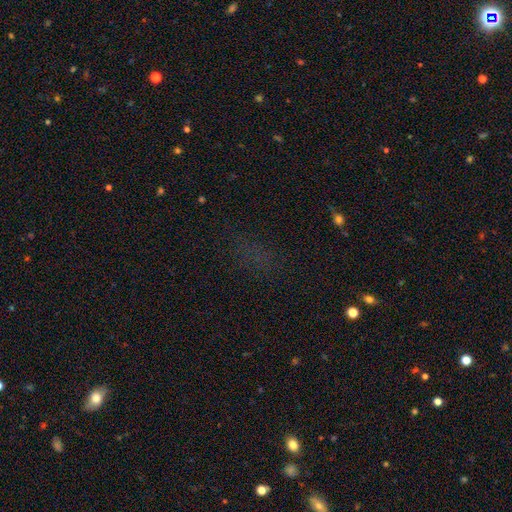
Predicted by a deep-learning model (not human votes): Smooth or featured?
  - star or artifact: 54% *
  - smooth: 34%
  - featured or disk: 12%